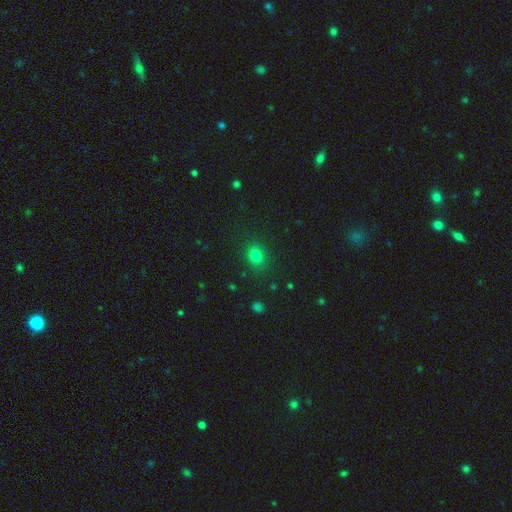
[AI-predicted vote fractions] A smooth galaxy with no disk features (79%) that is round (63%). Merging: none (86%).